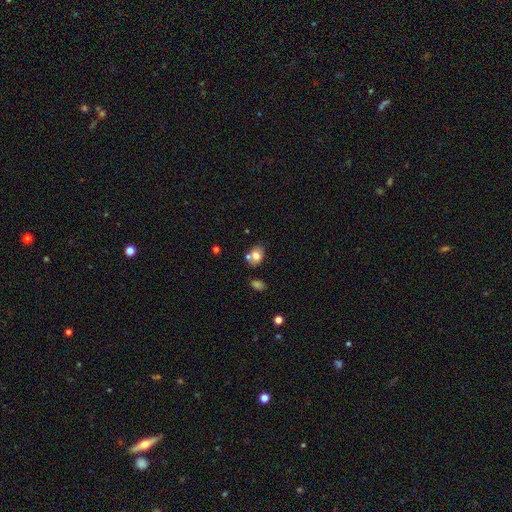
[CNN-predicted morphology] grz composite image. It shows a smooth galaxy with no disk features (75%) that is in between round and cigar-shaped (70%). Merging: none (55%).